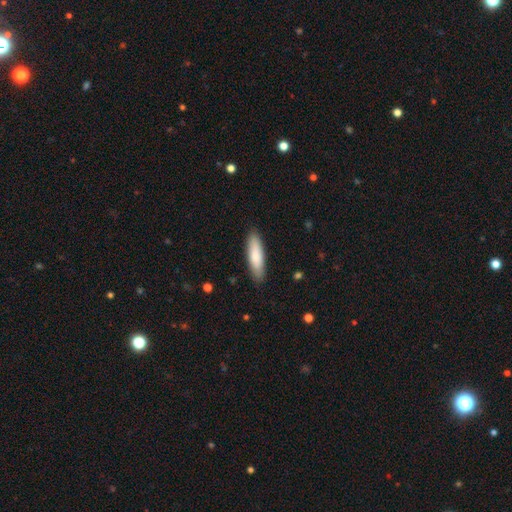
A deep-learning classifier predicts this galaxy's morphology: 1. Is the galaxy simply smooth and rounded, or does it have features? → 83% smooth, 12% featured or disk, 5% star or artifact.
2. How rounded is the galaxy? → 67% cigar-shaped, 32% in between, 1% round.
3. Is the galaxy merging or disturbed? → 88% none, 9% minor disturbance, 2% major disturbance, 1% merger.